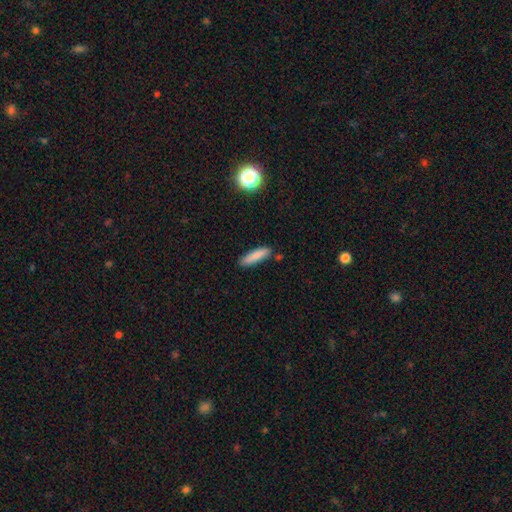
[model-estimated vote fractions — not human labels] Smooth or featured? smooth (84%)
How rounded? cigar-shaped (74%)
Merging? none (83%)